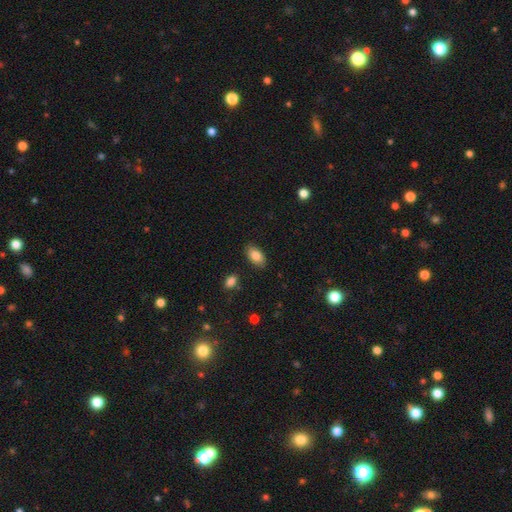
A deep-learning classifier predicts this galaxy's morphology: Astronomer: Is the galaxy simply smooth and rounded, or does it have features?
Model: smooth — 85%.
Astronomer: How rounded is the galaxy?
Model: in between — 92%.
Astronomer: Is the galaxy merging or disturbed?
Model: none — 86%.